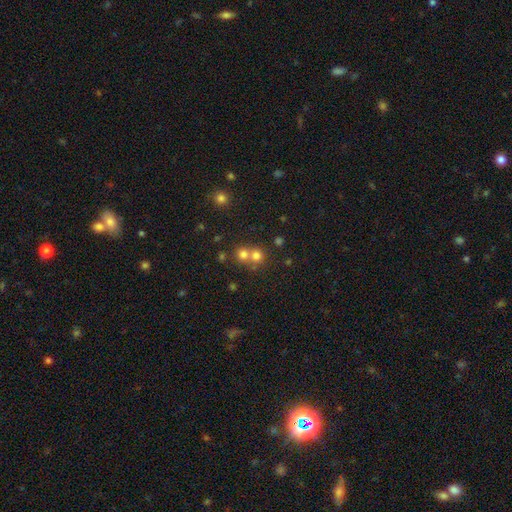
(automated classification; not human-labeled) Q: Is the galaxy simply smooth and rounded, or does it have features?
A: smooth — 73%.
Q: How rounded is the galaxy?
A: round — 88%.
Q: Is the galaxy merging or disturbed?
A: merger — 48%.